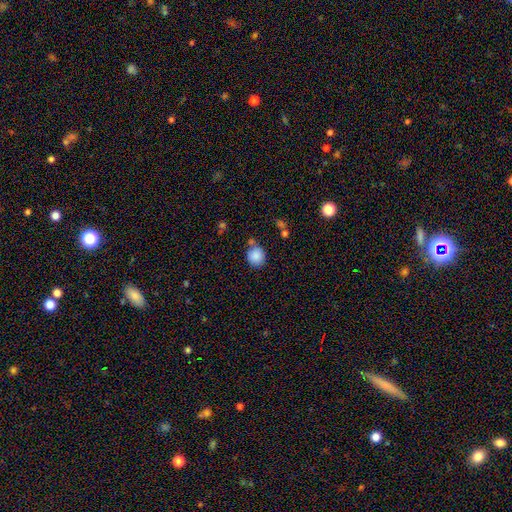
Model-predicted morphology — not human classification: type=smooth (86%); roundness=round (83%); merging=none (66%).